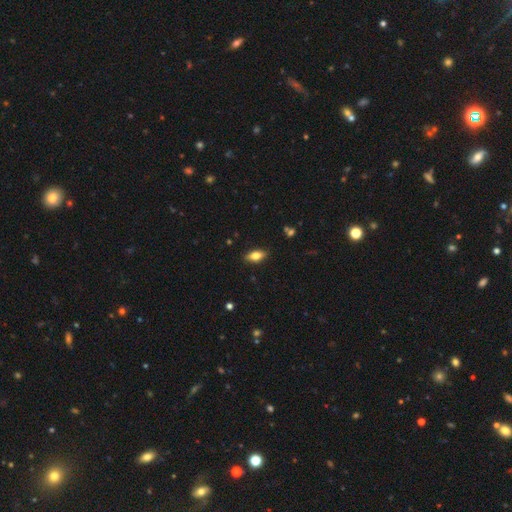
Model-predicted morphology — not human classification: This appears to be a smooth galaxy with no disk features (76%) that is in between round and cigar-shaped (86%). Merging: none (87%).